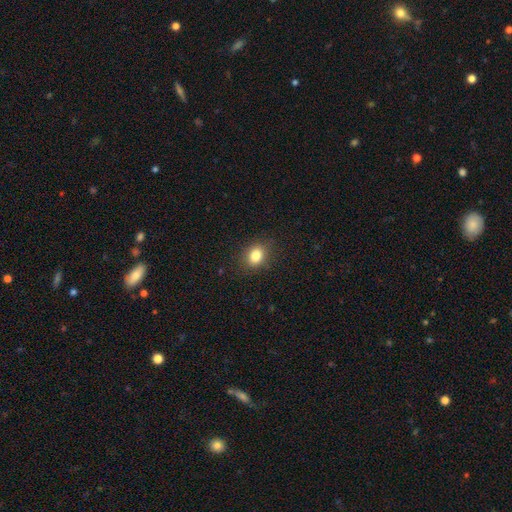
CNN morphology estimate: This is clearly a smooth galaxy (83%). How rounded: possibly in between (55%). Merging: clearly none (86%).